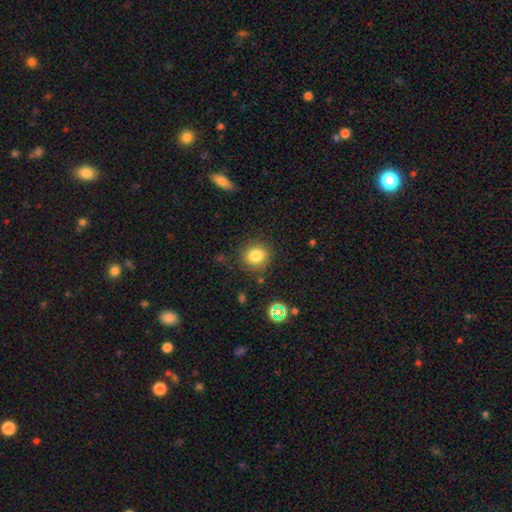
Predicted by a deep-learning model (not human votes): Overall: smooth (82%). How rounded: round (76%). Merging: none (81%).